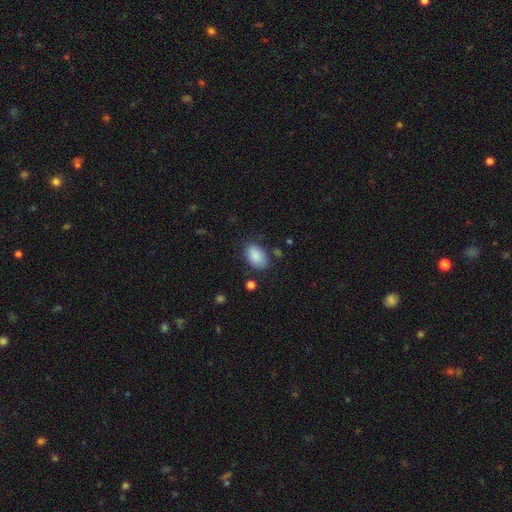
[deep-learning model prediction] The model was most divided on "merging": none: 79%, minor disturbance: 14%, major disturbance: 4%, merger: 3%. More confident: how rounded — in between (92%); smooth or featured — smooth (88%).